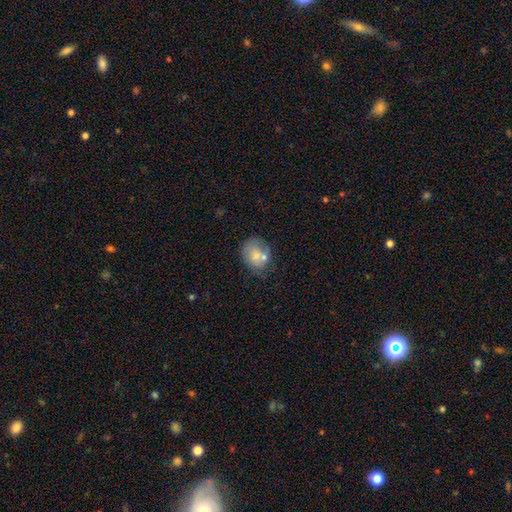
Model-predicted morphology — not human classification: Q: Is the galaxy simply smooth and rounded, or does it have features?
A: smooth — 69%.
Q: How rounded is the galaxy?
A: round — 56%.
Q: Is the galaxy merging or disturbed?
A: none — 48%.